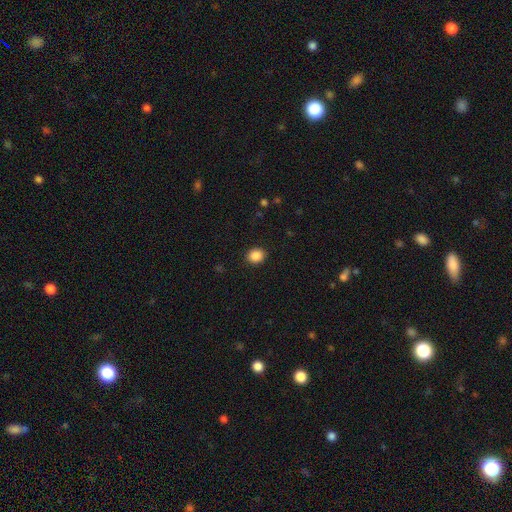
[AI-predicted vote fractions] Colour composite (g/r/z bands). It shows a smooth galaxy with no disk features (88%) that is round (66%). Merging: none (90%).